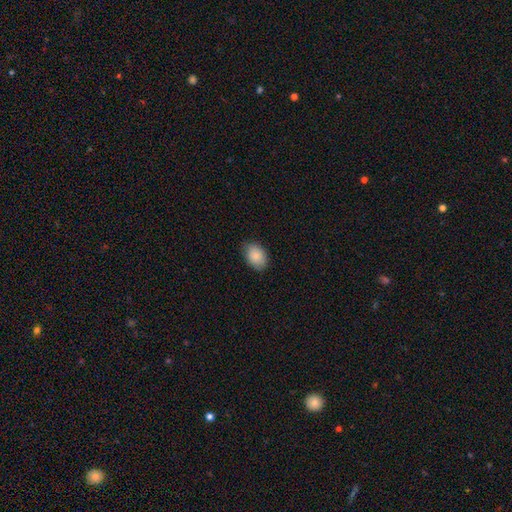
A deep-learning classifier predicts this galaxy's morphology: A smooth galaxy with no disk features (87%) that is in between round and cigar-shaped (79%).

Vote fractions:
- Smooth or featured? smooth: 87% / star or artifact: 7% / featured or disk: 6%
- How rounded? in between: 79% / round: 20% / cigar-shaped: 1%
- Merging? none: 79% / minor disturbance: 17% / major disturbance: 3% / merger: 1%